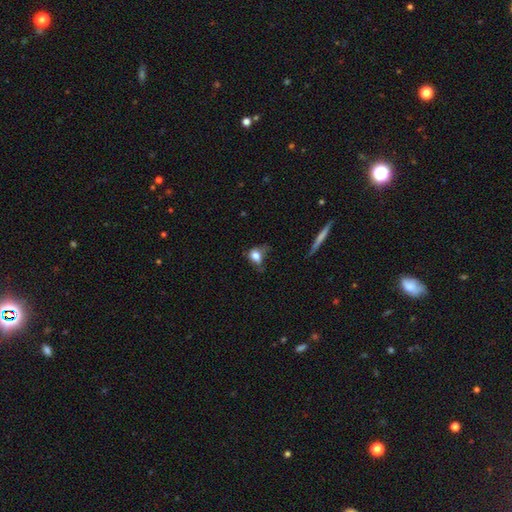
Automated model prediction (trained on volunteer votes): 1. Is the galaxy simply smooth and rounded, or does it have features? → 71% smooth, 19% featured or disk, 10% star or artifact.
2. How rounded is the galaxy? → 61% in between, 37% round, 3% cigar-shaped.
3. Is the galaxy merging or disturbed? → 37% major disturbance, 29% minor disturbance, 29% none, 5% merger.